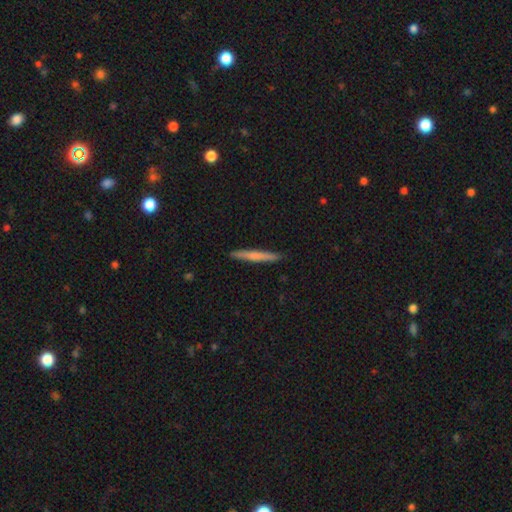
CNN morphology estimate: smooth-or-featured: smooth: 63% | featured or disk: 31% | star or artifact: 6%
  how-rounded: cigar-shaped: 96% | in between: 3% | round: 1%
  merging: none: 91% | minor disturbance: 7% | major disturbance: 1% | merger: 1%